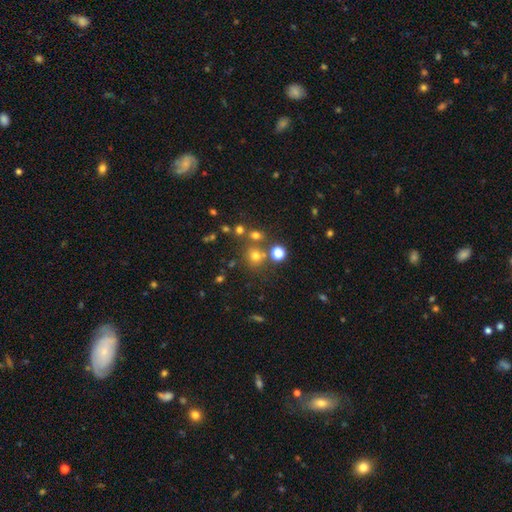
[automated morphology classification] Smooth or featured: smooth — 68% (star or artifact — 23%)
How rounded: round — 86% (in between — 13%)
Merging: none — 69% (merger — 17%)